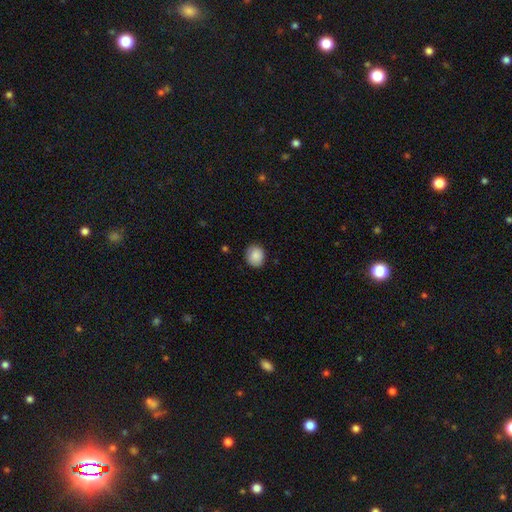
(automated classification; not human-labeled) Overall: smooth (88%). How rounded: round (76%). Merging: none (85%).